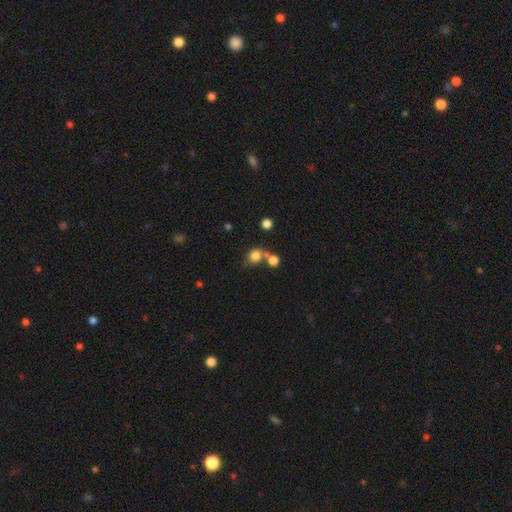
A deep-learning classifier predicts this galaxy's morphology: A smooth galaxy with no disk features (79%) that is round (83%).

Vote fractions:
- Smooth or featured? smooth: 79% / star or artifact: 13% / featured or disk: 8%
- How rounded? round: 83% / in between: 16% / cigar-shaped: 1%
- Merging? none: 51% / merger: 34% / minor disturbance: 10% / major disturbance: 5%